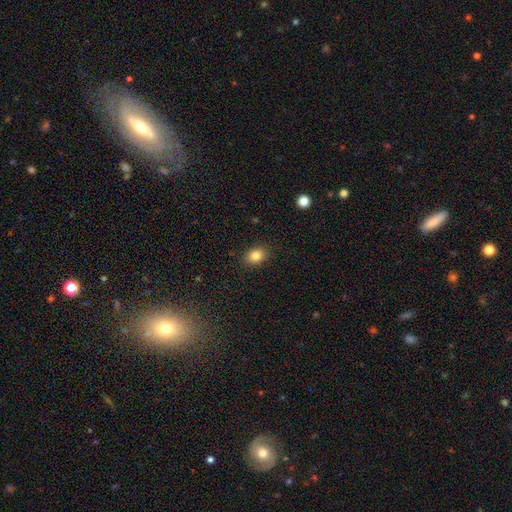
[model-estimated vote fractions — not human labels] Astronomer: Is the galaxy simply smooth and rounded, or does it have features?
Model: smooth — 85%.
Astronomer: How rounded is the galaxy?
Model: in between — 63%.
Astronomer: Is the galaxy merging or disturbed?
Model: none — 88%.